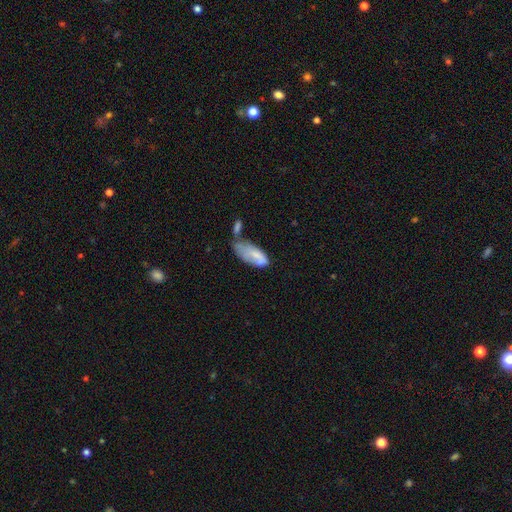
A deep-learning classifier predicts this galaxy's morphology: smooth_or_featured: smooth (p=0.69) [alt: featured or disk p=0.24]
how_rounded: in between (p=0.82) [alt: cigar-shaped p=0.16]
merging: merger (p=0.30) [alt: minor disturbance p=0.28]